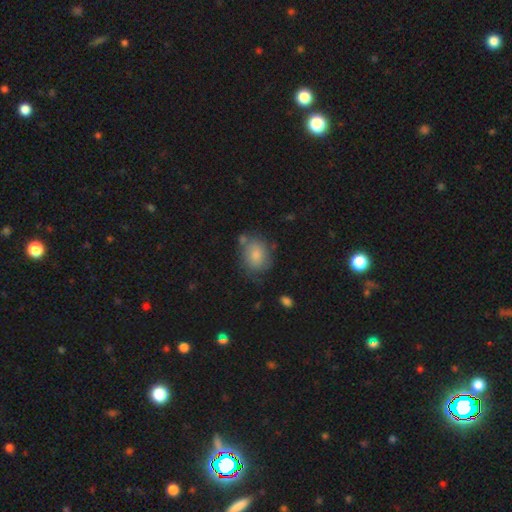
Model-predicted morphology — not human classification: smooth-or-featured: smooth: 77% | featured or disk: 14% | star or artifact: 9%
  how-rounded: round: 52% | in between: 47% | cigar-shaped: 1%
  merging: none: 65% | minor disturbance: 21% | merger: 8% | major disturbance: 7%